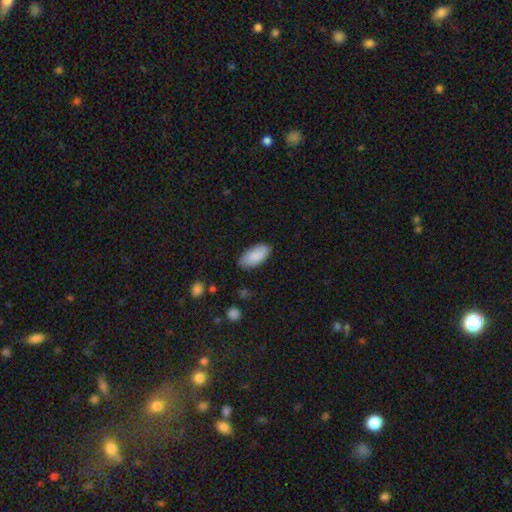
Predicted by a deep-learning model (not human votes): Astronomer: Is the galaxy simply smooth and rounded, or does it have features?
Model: smooth — 87%.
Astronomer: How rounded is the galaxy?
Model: in between — 93%.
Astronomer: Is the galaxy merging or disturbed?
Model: none — 83%.